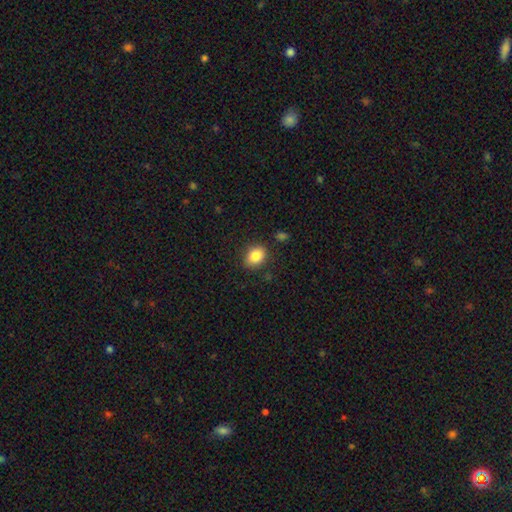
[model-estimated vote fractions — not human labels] smooth 85%, star or artifact 9%, featured or disk 6%. Down the decision tree: how rounded — in between (62%); merging — none (83%).